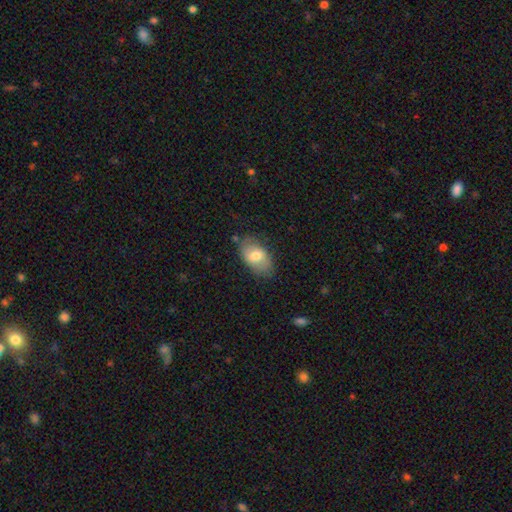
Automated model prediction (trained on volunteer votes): smooth_or_featured: smooth (p=0.70) [alt: featured or disk p=0.24]
how_rounded: in between (p=0.92) [alt: round p=0.07]
merging: none (p=0.74) [alt: minor disturbance p=0.19]